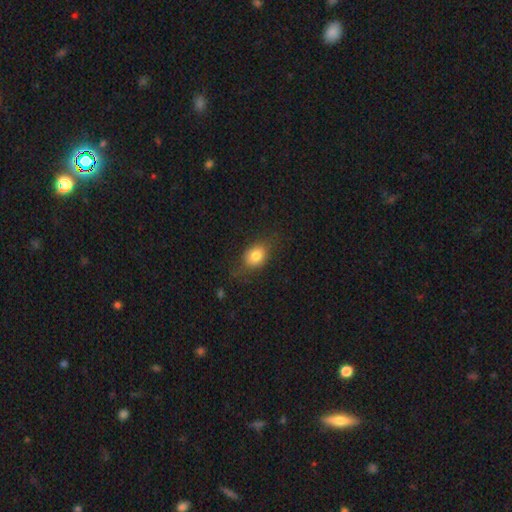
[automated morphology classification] smooth 79%, featured or disk 12%, star or artifact 10%. Down the decision tree: how rounded — in between (59%); merging — none (66%).